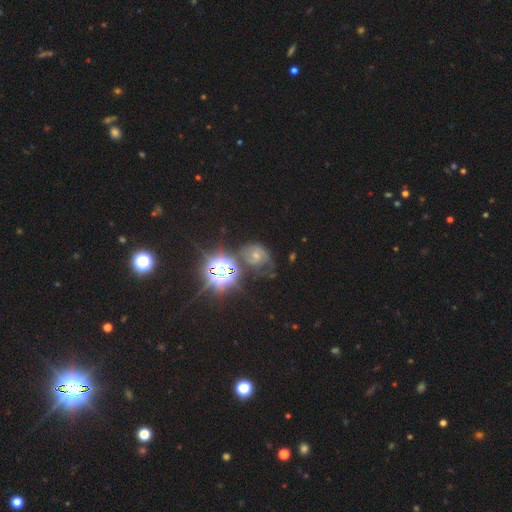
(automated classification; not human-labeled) Smooth or featured? Predicted: featured or disk (p=0.42). Merging? Predicted: none (p=0.49).